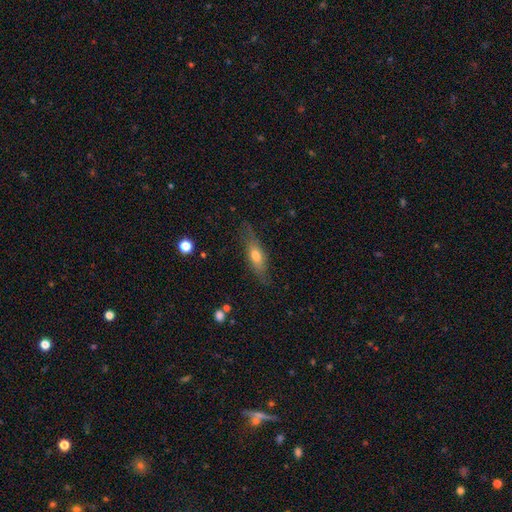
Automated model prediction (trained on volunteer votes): A smooth galaxy with no disk features (56%) that is cigar-shaped (49%).

Vote fractions:
- Smooth or featured? smooth: 56% / featured or disk: 36% / star or artifact: 7%
- How rounded? cigar-shaped: 49% / in between: 47% / round: 4%
- Merging? none: 73% / minor disturbance: 20% / major disturbance: 6% / merger: 2%